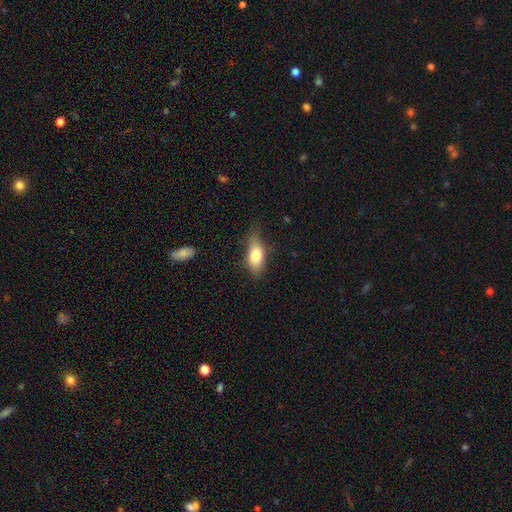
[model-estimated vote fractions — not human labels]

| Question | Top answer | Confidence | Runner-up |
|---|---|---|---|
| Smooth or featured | smooth | 77% | featured or disk (15%) |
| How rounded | in between | 82% | cigar-shaped (13%) |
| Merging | none | 60% | minor disturbance (29%) |